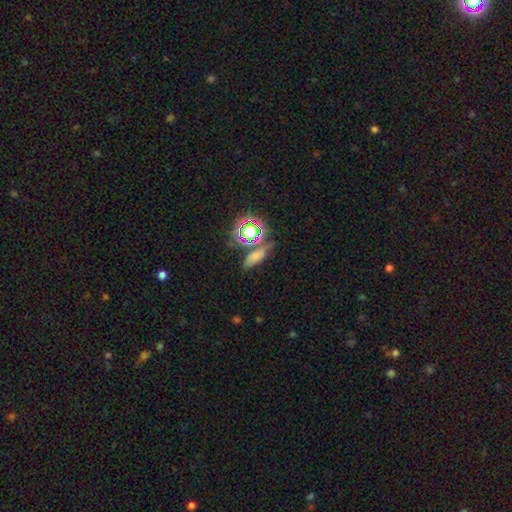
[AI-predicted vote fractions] Morphology: type=smooth (57%); roundness=in between (65%); merging=none (64%).